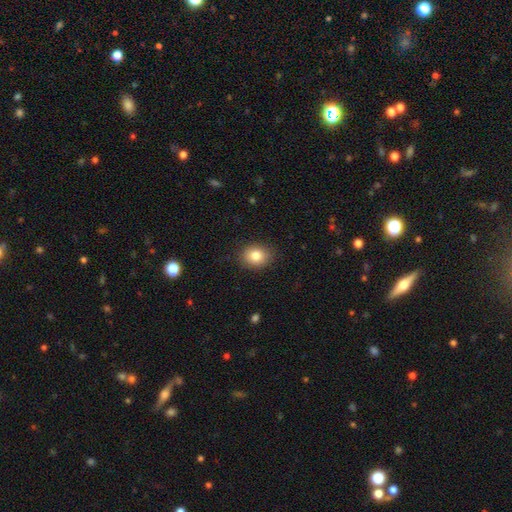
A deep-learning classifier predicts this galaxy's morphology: Smooth or featured? Predicted: smooth (p=0.83). How rounded? Predicted: round (p=0.57). Merging? Predicted: none (p=0.88).